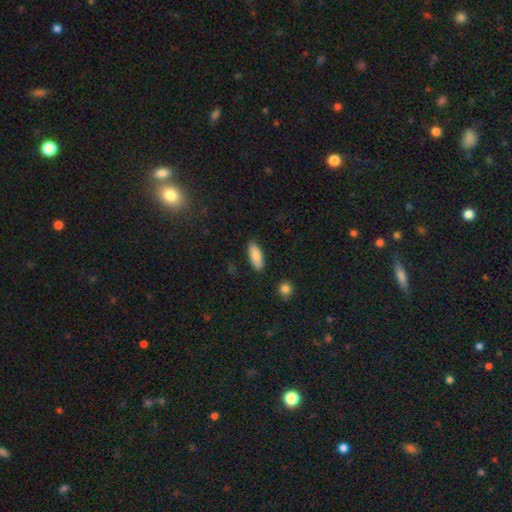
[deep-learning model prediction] Q: Smooth or featured?
A: smooth (85%); runner-up: featured or disk (8%)
Q: How rounded?
A: in between (78%); runner-up: cigar-shaped (20%)
Q: Merging?
A: none (86%); runner-up: minor disturbance (10%)